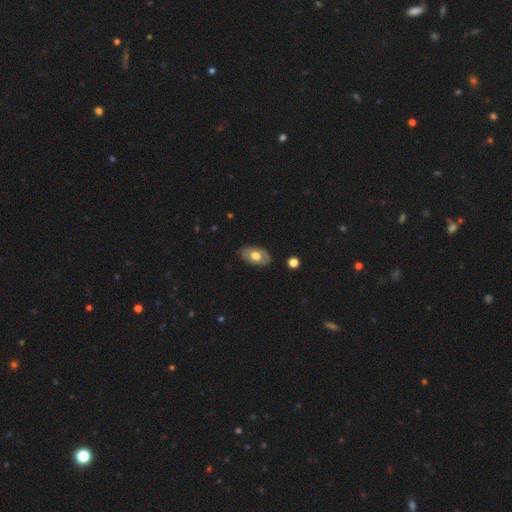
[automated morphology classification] The model was most divided on "smooth or featured": smooth: 54%, featured or disk: 40%, star or artifact: 6%. More confident: how rounded — in between (90%); merging — none (81%).